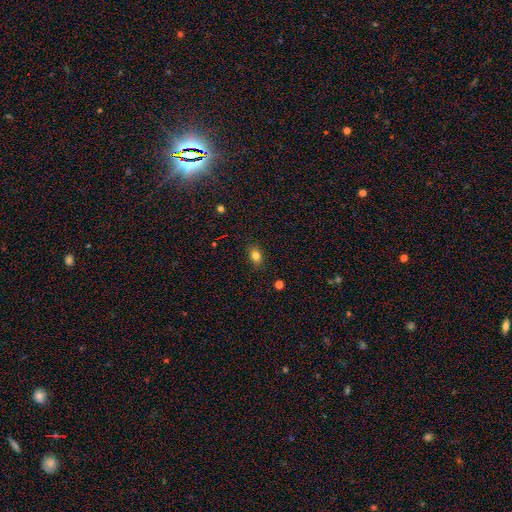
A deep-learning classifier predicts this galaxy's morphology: Smooth or featured? smooth (81%)
How rounded? in between (72%)
Merging? none (84%)